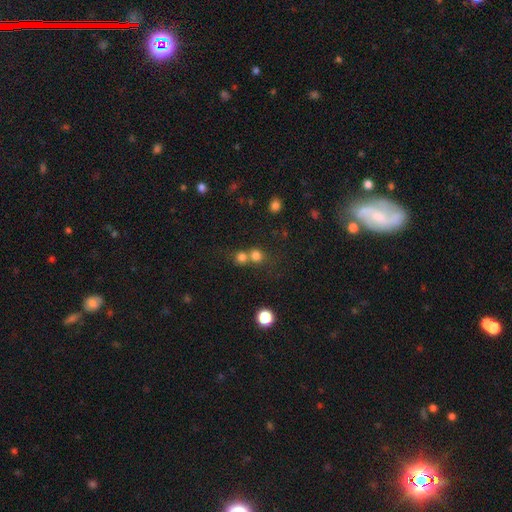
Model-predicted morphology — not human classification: The model was most divided on "merging": merger: 50%, none: 41%, minor disturbance: 6%, major disturbance: 3%. More confident: how rounded — round (85%); smooth or featured — smooth (76%).